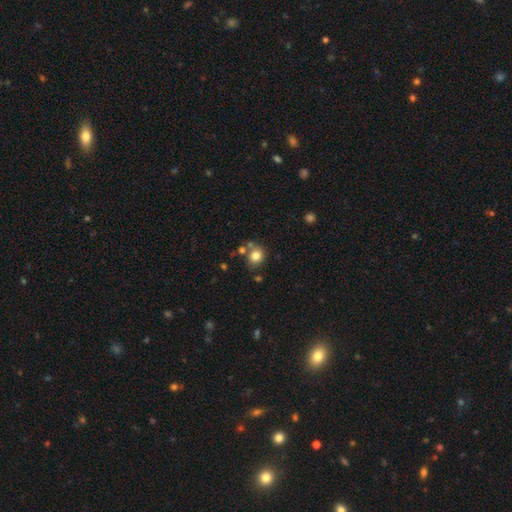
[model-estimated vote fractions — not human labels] Morphology: type=smooth (81%); roundness=round (73%); merging=none (63%).